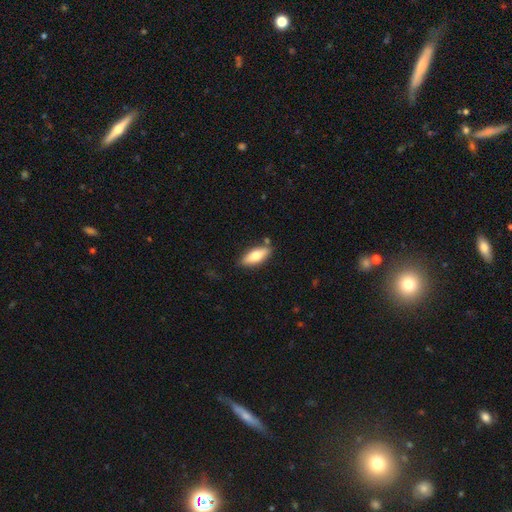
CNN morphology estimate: This appears to be a smooth galaxy with no disk features (74%) that is in between round and cigar-shaped (72%). Merging: none (79%).